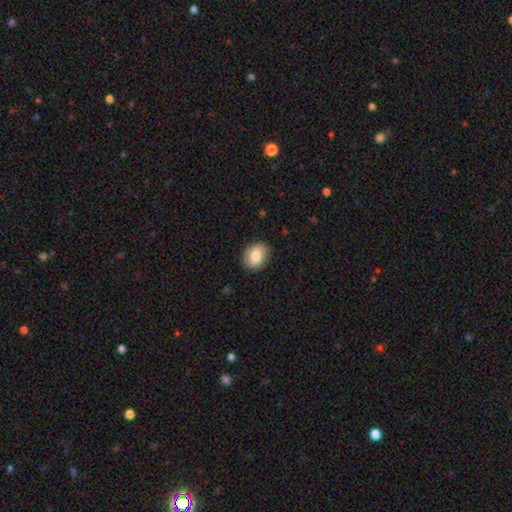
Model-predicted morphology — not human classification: A smooth galaxy with no disk features (80%) that is in between round and cigar-shaped (65%).

Vote fractions:
- Smooth or featured? smooth: 80% / featured or disk: 13% / star or artifact: 7%
- How rounded? in between: 65% / round: 34% / cigar-shaped: 1%
- Merging? none: 87% / minor disturbance: 10% / major disturbance: 2% / merger: 1%